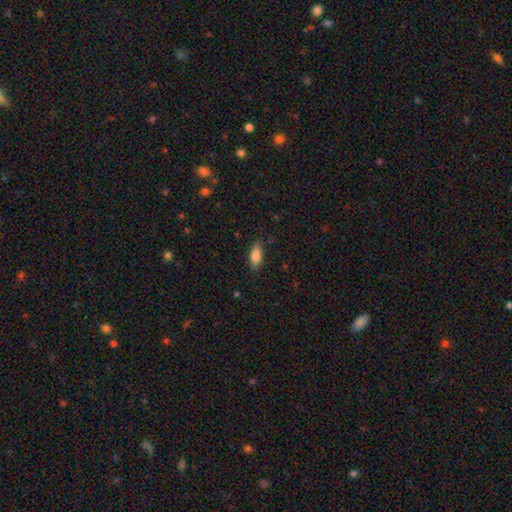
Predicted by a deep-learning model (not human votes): smooth_or_featured: smooth (p=0.83) [alt: featured or disk p=0.09]
how_rounded: in between (p=0.82) [alt: cigar-shaped p=0.16]
merging: none (p=0.80) [alt: minor disturbance p=0.16]